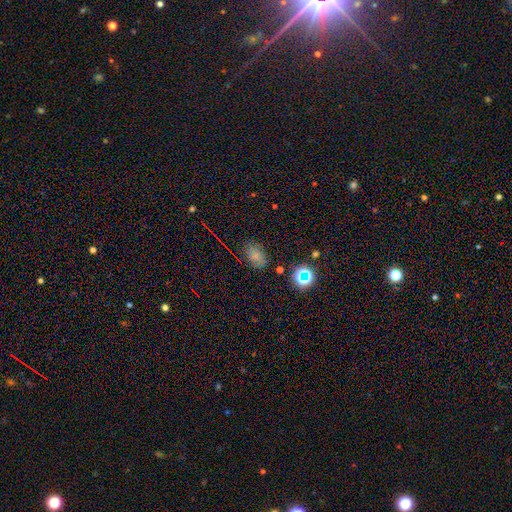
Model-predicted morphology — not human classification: Smooth or featured? Predicted: smooth (p=0.67). How rounded? Predicted: in between (p=0.79). Merging? Predicted: none (p=0.76).